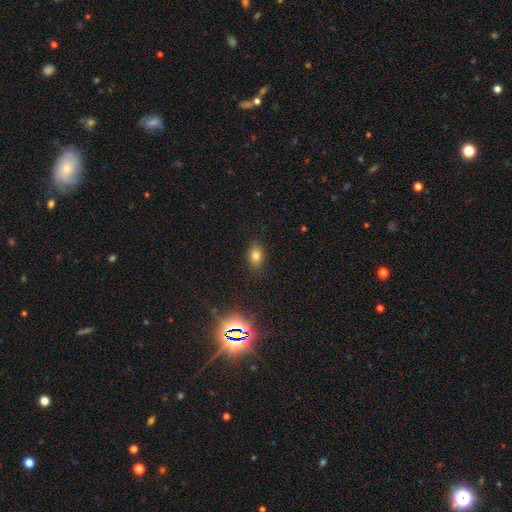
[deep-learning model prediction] smooth 78%, star or artifact 14%, featured or disk 8%. Down the decision tree: how rounded — in between (80%); merging — none (85%).